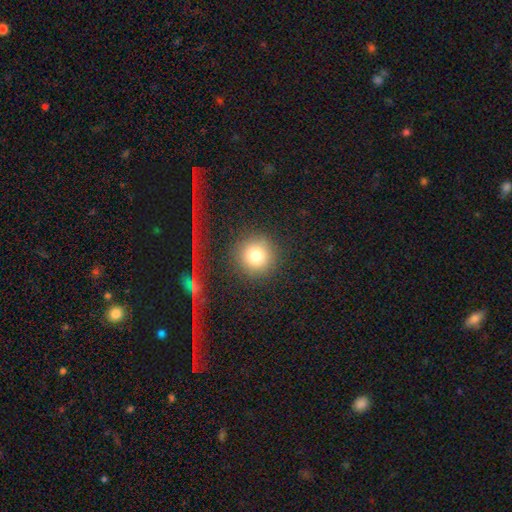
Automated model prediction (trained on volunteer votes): Smooth or featured? smooth (80%)
How rounded? round (93%)
Merging? none (85%)